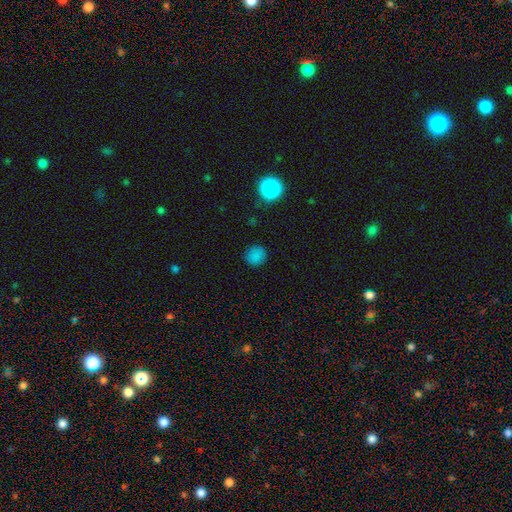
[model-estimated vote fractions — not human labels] smooth 81%, star or artifact 15%, featured or disk 4%. Down the decision tree: how rounded — round (87%); merging — none (88%).